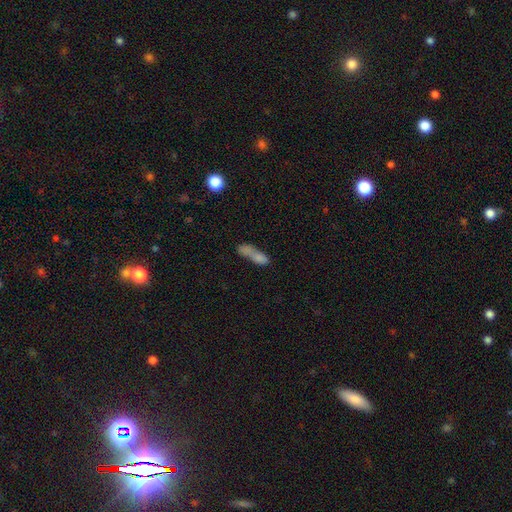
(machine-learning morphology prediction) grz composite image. It shows a smooth galaxy with no disk features (66%) that is cigar-shaped (47%). Merging: merger (45%).